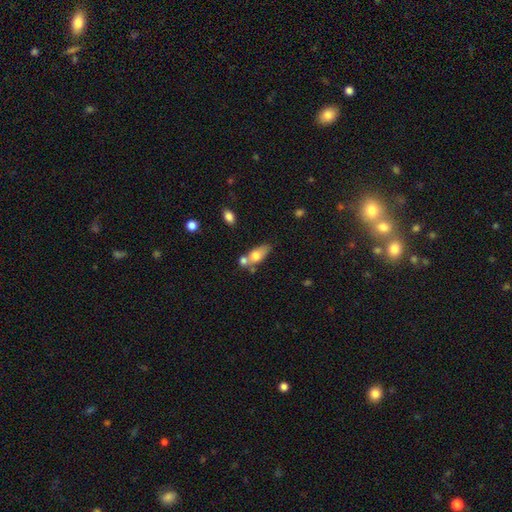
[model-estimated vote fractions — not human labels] This appears to be a smooth galaxy with no disk features (70%) that is in between round and cigar-shaped (77%). Merging: merger (40%).